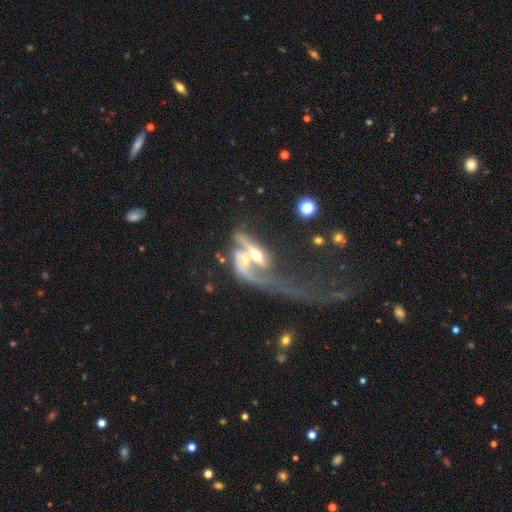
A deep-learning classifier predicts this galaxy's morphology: Smooth or featured? Predicted: featured or disk (p=0.67). Edge-on disk? Predicted: no (p=0.81). Bar? Predicted: no (p=0.51). Spiral arms? Predicted: yes (p=0.65). Bulge size? Predicted: moderate (p=0.58). Merging? Predicted: merger (p=0.65).